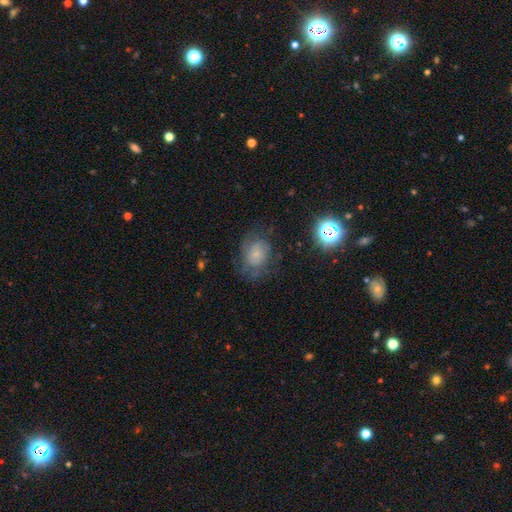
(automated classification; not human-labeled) This appears to be a smooth galaxy with no disk features (48%). Merging: none (54%).